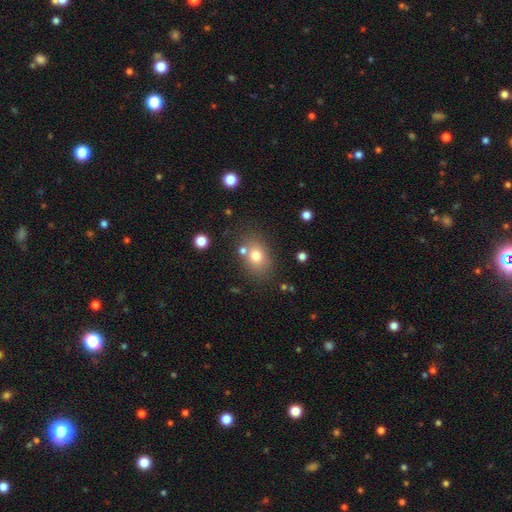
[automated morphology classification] This appears to be a smooth galaxy with no disk features (74%) that is in between round and cigar-shaped (59%). Merging: none (70%).